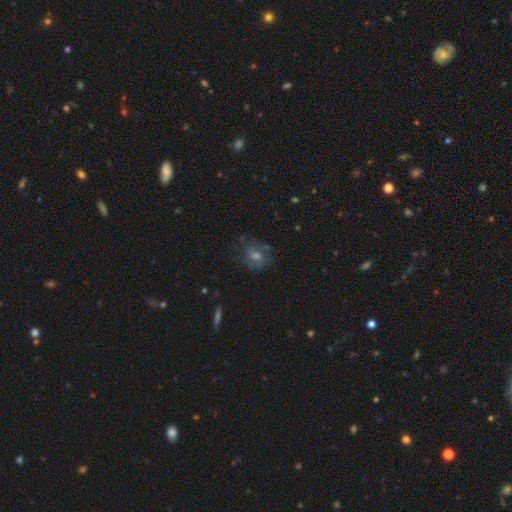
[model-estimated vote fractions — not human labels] Smooth or featured? smooth (38%)
Merging? none (68%)